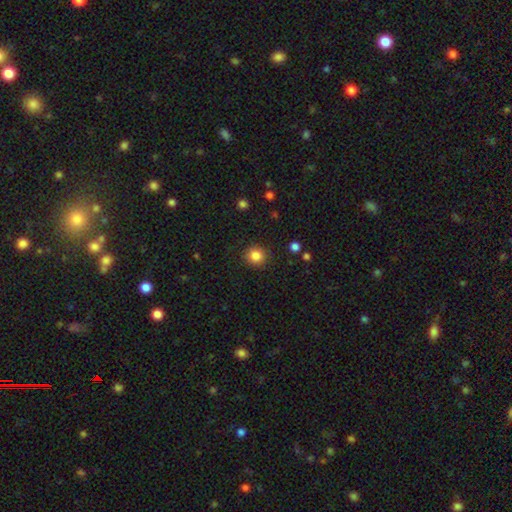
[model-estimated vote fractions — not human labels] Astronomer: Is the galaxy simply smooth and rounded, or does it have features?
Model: smooth — 85%.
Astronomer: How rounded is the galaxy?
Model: round — 90%.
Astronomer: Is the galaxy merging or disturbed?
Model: none — 90%.